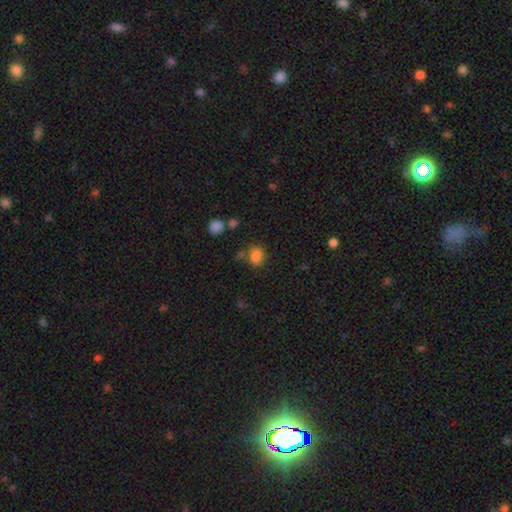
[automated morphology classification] Smooth or featured: smooth — 82% (star or artifact — 13%)
How rounded: in between — 53% (round — 46%)
Merging: none — 65% (minor disturbance — 18%)